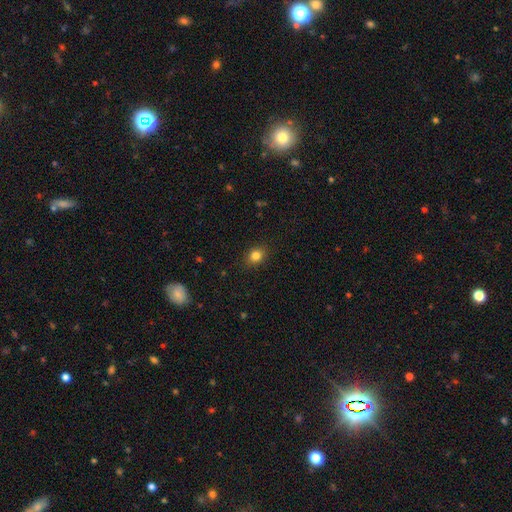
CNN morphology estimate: This is clearly a smooth galaxy (83%). How rounded: possibly round (51%). Merging: clearly none (88%).